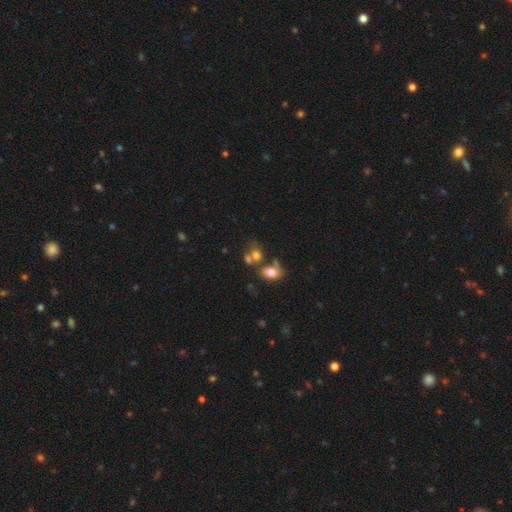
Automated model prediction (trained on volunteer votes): A smooth galaxy with no disk features (68%) that is in between round and cigar-shaped (51%). Merging: merger (42%).